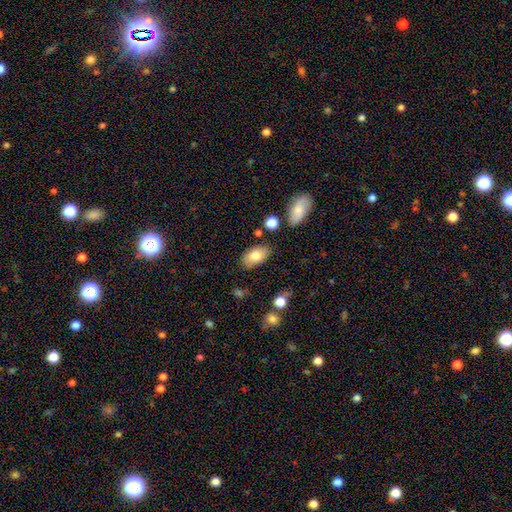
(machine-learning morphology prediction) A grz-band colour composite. It shows a smooth galaxy with no disk features (78%) that is in between round and cigar-shaped (93%). Merging: none (81%).